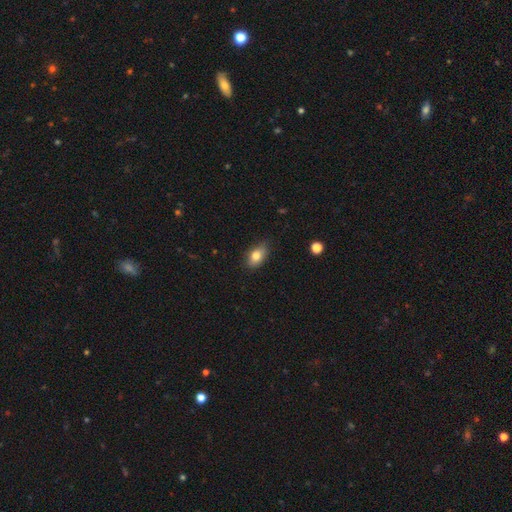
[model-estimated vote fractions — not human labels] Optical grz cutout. It shows a smooth galaxy with no disk features (80%) that is in between round and cigar-shaped (85%). Merging: none (78%).